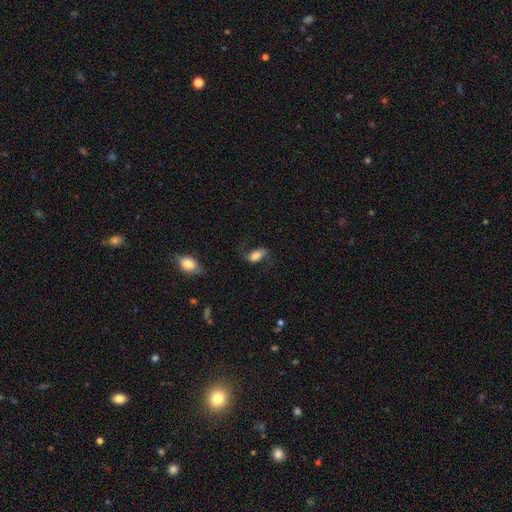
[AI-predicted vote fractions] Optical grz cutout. It shows a smooth galaxy with no disk features (57%) that is in between round and cigar-shaped (88%). Merging: none (61%).